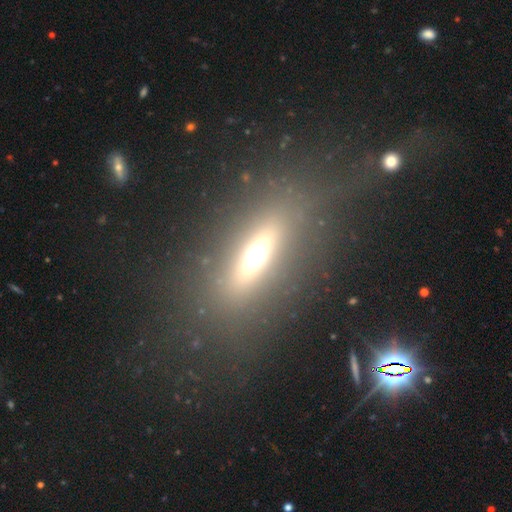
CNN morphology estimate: This is marginally a smooth galaxy (43%). Merging: clearly none (81%).